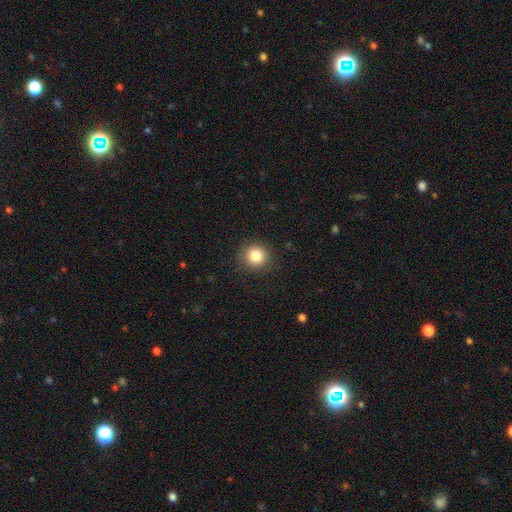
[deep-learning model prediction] A smooth galaxy with no disk features (83%) that is round (92%).

Vote fractions:
- Smooth or featured? smooth: 83% / star or artifact: 11% / featured or disk: 6%
- How rounded? round: 92% / in between: 7% / cigar-shaped: 1%
- Merging? none: 90% / minor disturbance: 7% / major disturbance: 2% / merger: 1%